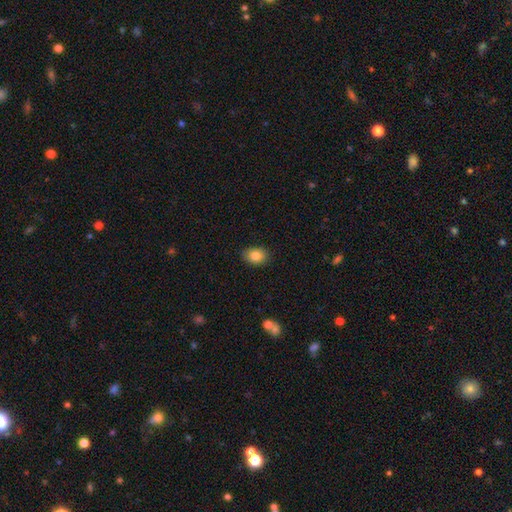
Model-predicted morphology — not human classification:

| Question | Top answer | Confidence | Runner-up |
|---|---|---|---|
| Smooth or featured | smooth | 84% | star or artifact (9%) |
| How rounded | in between | 71% | round (28%) |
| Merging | none | 88% | minor disturbance (9%) |